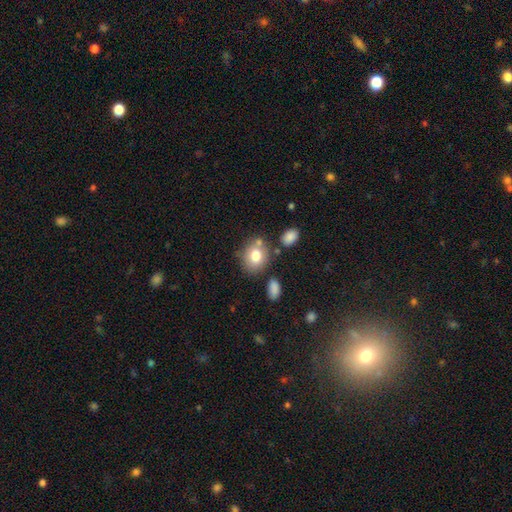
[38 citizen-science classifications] Q: Smooth or featured?
A: smooth (82%); runner-up: featured or disk (13%)
Q: How rounded?
A: in between (55%); runner-up: round (45%)
Q: Merging?
A: none (72%); runner-up: merger (14%)